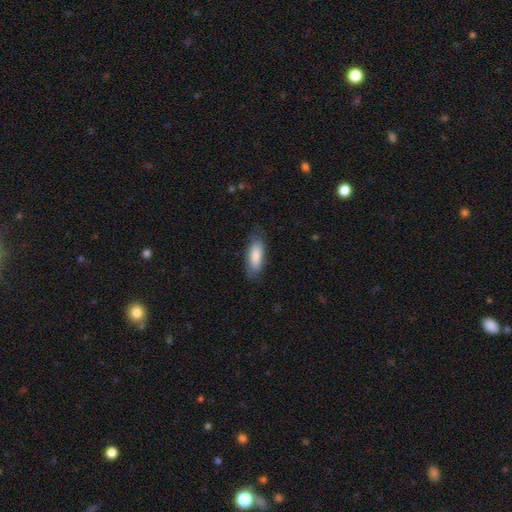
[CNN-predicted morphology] smooth 83%, featured or disk 12%, star or artifact 6%. Down the decision tree: how rounded — in between (68%); merging — none (77%).